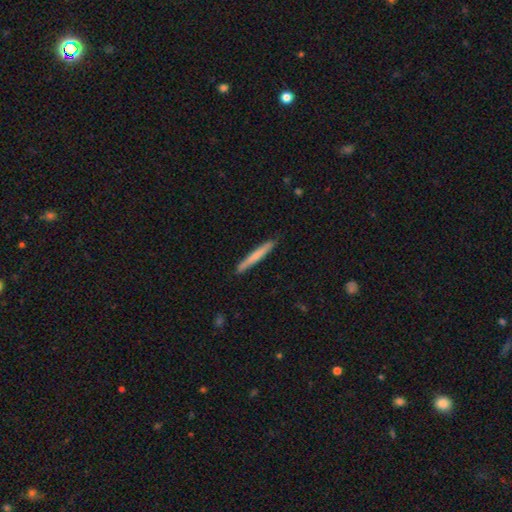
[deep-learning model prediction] The model was most divided on "smooth or featured": smooth: 66%, featured or disk: 28%, star or artifact: 5%. More confident: how rounded — cigar-shaped (96%); merging — none (90%).